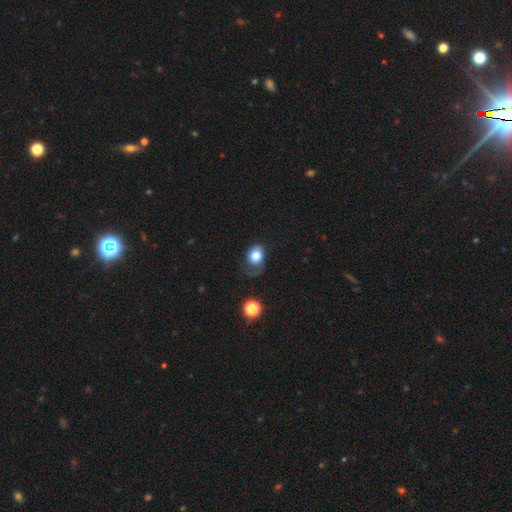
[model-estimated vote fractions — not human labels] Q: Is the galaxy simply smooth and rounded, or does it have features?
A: smooth — 74%.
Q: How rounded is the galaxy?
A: round — 52%.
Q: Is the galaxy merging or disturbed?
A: none — 42%.